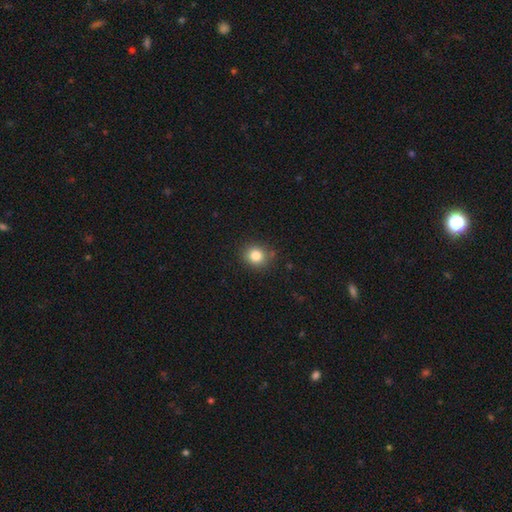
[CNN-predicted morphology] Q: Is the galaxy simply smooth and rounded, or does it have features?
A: smooth — 83%.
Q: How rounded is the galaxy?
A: round — 83%.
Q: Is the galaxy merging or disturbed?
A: none — 85%.